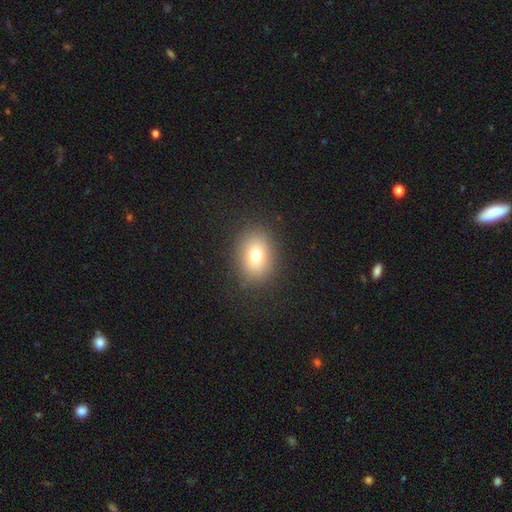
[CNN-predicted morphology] This appears to be a smooth galaxy with no disk features (75%) that is in between round and cigar-shaped (58%). Merging: none (86%).